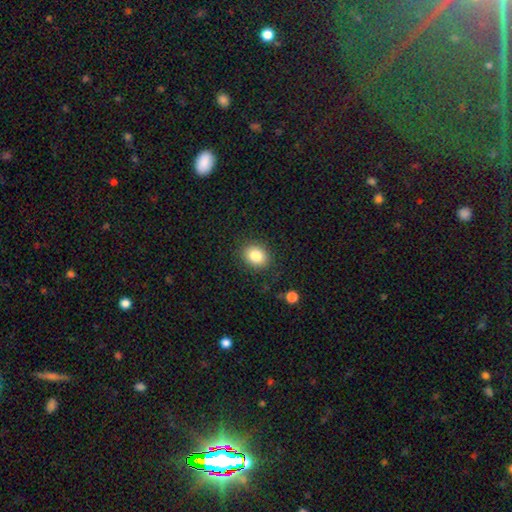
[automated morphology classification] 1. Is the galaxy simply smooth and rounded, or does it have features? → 83% smooth, 10% star or artifact, 7% featured or disk.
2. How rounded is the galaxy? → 58% round, 41% in between, 1% cigar-shaped.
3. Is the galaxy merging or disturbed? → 87% none, 9% minor disturbance, 3% major disturbance, 1% merger.